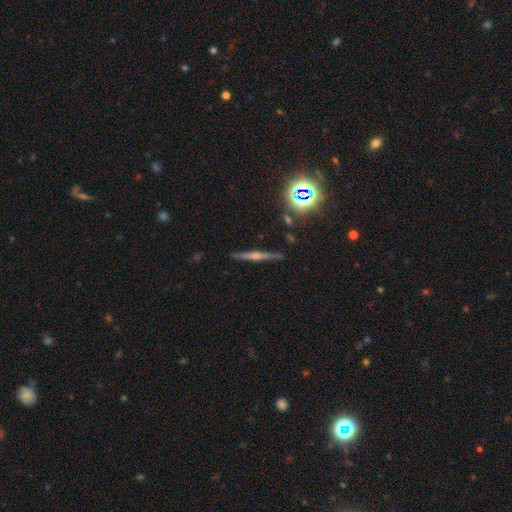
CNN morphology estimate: Smooth or featured: featured or disk — 69% (smooth — 16%)
Edge-on disk: yes — 97% (no — 3%)
Edge-on bulge: rounded — 82% (boxy — 10%)
Merging: none — 89% (minor disturbance — 8%)